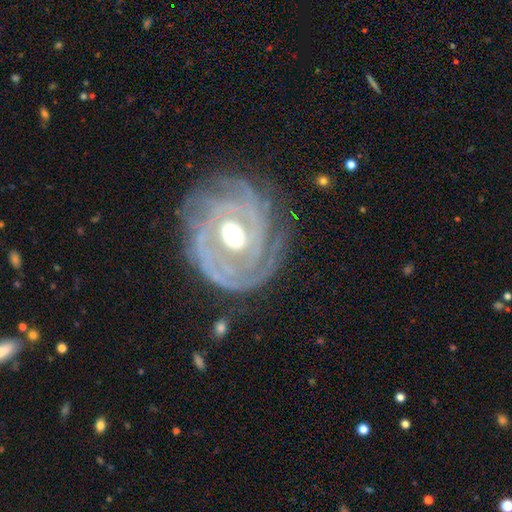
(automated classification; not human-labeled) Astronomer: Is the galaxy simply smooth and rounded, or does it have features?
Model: featured or disk — 89%.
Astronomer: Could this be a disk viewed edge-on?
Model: no — 97%.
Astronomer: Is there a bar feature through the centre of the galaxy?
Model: no — 37% (runner-up: weak, 36%).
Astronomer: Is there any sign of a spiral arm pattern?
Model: yes — 97%.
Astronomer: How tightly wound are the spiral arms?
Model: tight — 80%.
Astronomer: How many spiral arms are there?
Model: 3 — 29% (runner-up: can't tell, 20%).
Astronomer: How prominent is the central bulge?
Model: moderate — 74%.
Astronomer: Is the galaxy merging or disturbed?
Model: none — 77%.